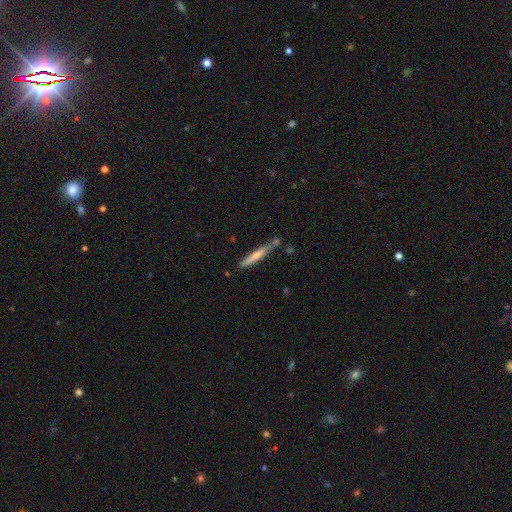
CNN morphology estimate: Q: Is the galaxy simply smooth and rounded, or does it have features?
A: smooth — 56%.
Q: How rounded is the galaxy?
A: cigar-shaped — 94%.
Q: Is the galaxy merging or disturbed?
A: none — 60%.